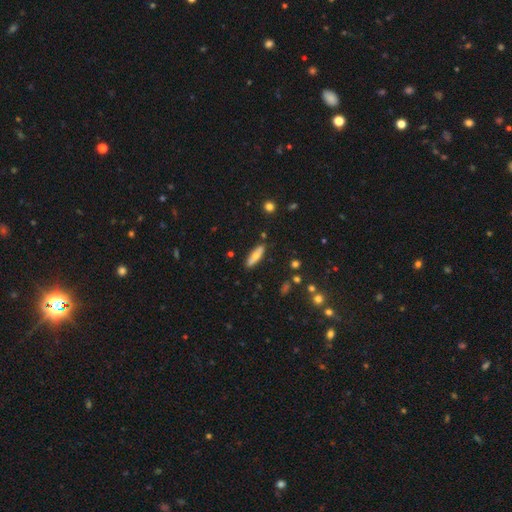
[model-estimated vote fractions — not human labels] Smooth or featured? Predicted: smooth (p=0.64). How rounded? Predicted: cigar-shaped (p=0.57). Merging? Predicted: none (p=0.84).